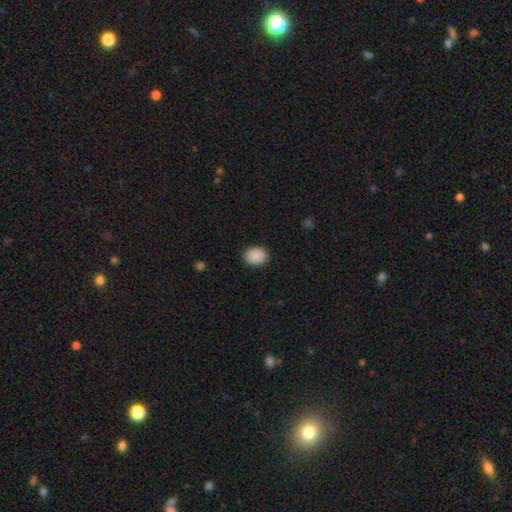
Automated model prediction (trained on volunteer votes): This is clearly a smooth galaxy (90%). How rounded: possibly in between (56%). Merging: clearly none (89%).